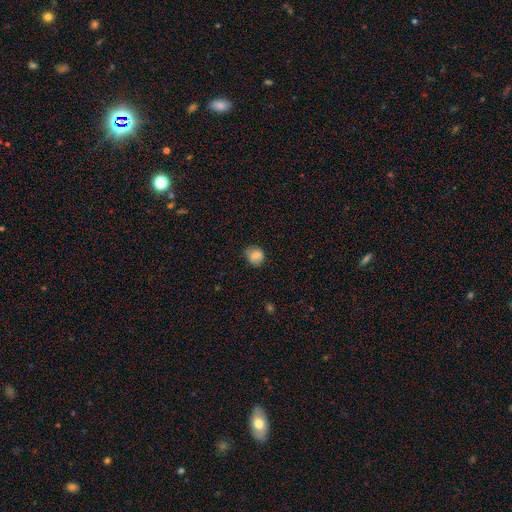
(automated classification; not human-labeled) Smooth or featured: smooth — 76% (featured or disk — 14%)
How rounded: round — 72% (in between — 27%)
Merging: none — 71% (minor disturbance — 22%)